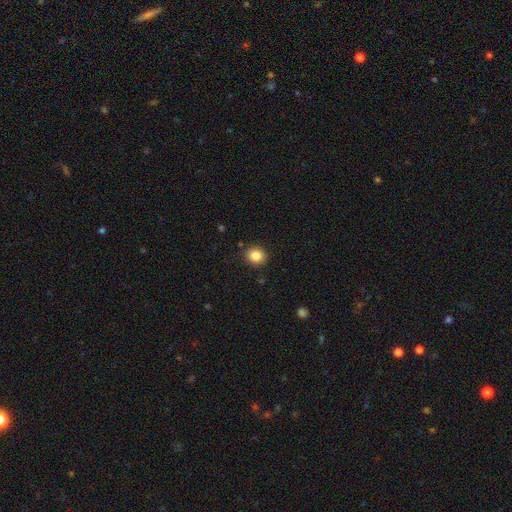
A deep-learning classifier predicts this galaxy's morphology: This appears to be a smooth galaxy with no disk features (85%) that is round (82%). Merging: none (90%).